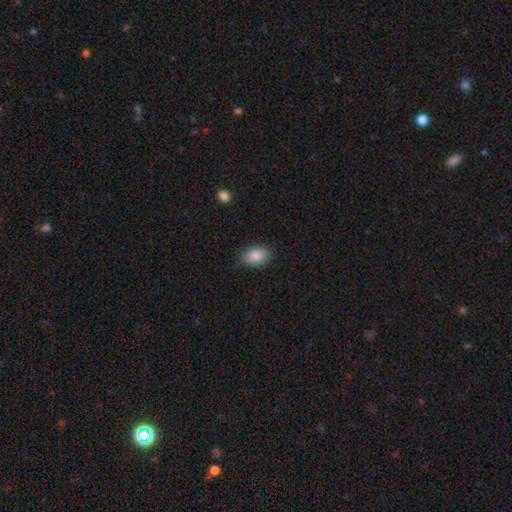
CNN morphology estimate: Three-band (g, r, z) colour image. It shows a smooth galaxy with no disk features (88%) that is in between round and cigar-shaped (89%). Merging: none (83%).